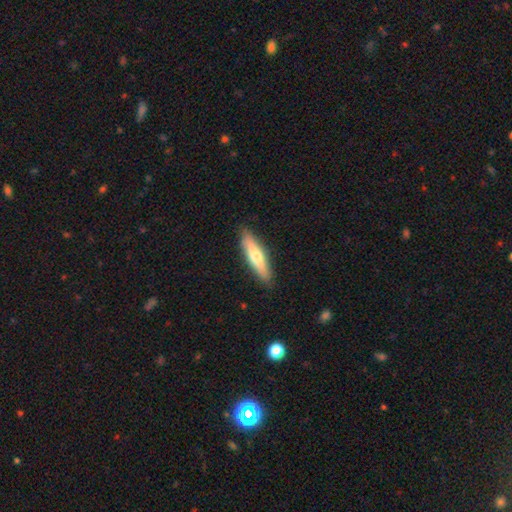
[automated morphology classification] This appears to be a smooth galaxy with no disk features (62%) that is cigar-shaped (75%). Merging: none (87%).